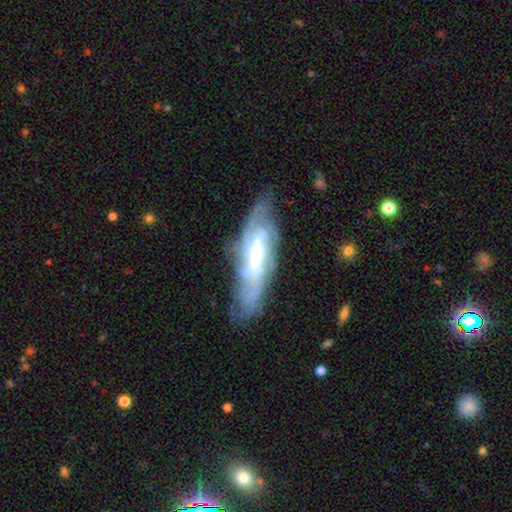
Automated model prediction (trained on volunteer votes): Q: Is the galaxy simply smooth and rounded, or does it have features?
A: featured or disk — 74%.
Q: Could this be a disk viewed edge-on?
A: no — 78%.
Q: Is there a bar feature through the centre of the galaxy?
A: weak — 39%.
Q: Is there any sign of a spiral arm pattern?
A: yes — 83%.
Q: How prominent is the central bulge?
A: moderate — 46%.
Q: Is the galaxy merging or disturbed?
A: none — 65%.